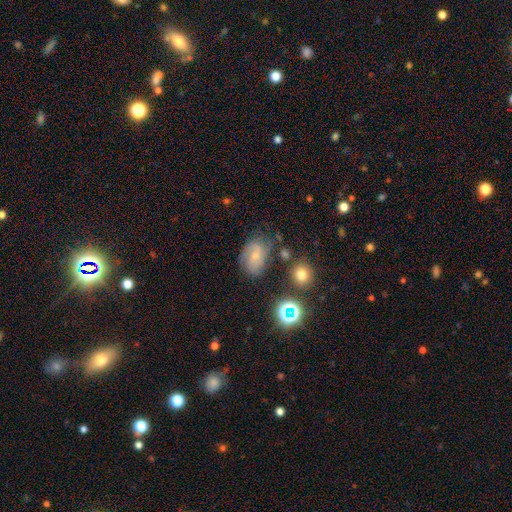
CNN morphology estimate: Q: Smooth or featured?
A: featured or disk (43%); runner-up: smooth (41%)
Q: Merging?
A: none (60%); runner-up: minor disturbance (25%)